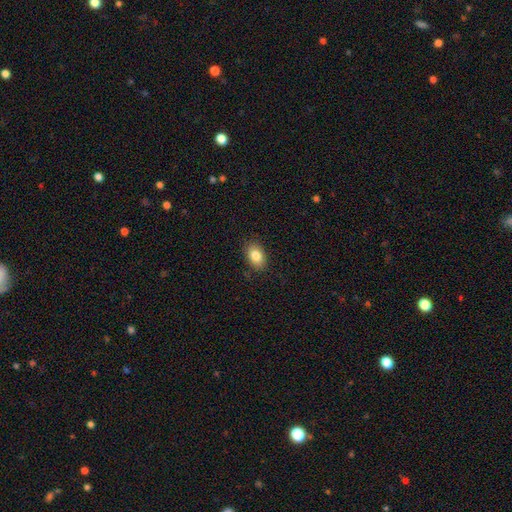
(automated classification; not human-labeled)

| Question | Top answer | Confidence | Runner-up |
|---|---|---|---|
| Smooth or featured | smooth | 84% | star or artifact (9%) |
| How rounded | in between | 85% | round (13%) |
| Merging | none | 86% | minor disturbance (10%) |